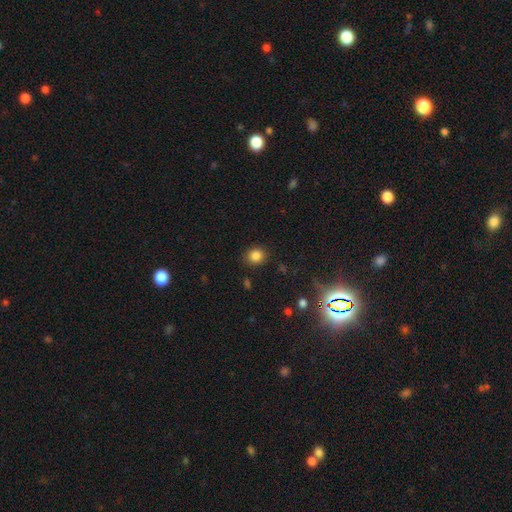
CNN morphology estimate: A smooth galaxy with no disk features (83%) that is round (72%).

Vote fractions:
- Smooth or featured? smooth: 83% / star or artifact: 12% / featured or disk: 5%
- How rounded? round: 72% / in between: 27% / cigar-shaped: 1%
- Merging? none: 85% / minor disturbance: 10% / major disturbance: 3% / merger: 2%